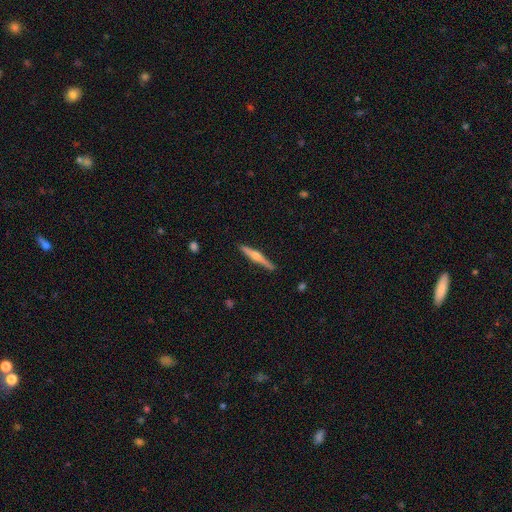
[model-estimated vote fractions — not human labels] Overall: featured or disk (69%). Edge-on disk: yes (98%). Edge-on bulge: rounded (89%). Merging: none (91%).